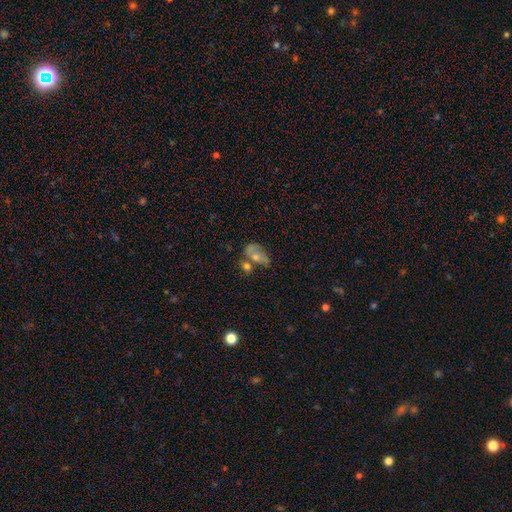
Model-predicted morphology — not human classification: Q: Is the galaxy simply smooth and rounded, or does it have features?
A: smooth — 53%.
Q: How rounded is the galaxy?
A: in between — 78%.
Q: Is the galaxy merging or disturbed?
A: merger — 41%.